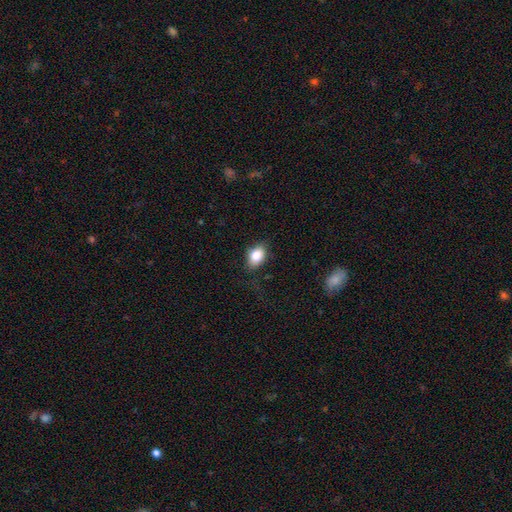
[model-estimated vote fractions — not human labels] smooth 81%, featured or disk 10%, star or artifact 8%. Down the decision tree: how rounded — in between (81%); merging — none (77%).